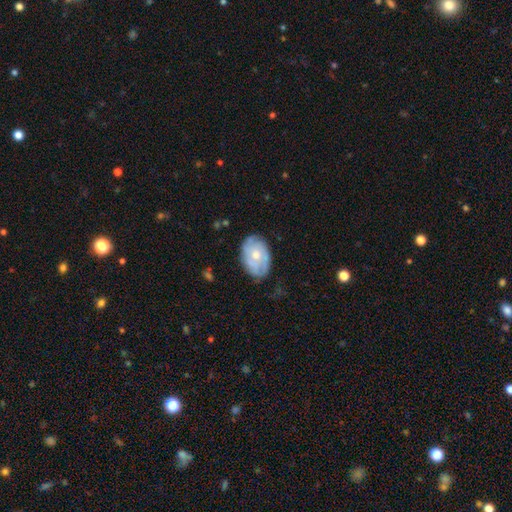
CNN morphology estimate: This is possibly a featured or disk galaxy (59%). It is clearly not viewed edge-on (96%). Bar: clearly no (82%). Spiral arm pattern: likely yes (73%). Central bulge: likely moderate (63%). Merging: likely none (71%).